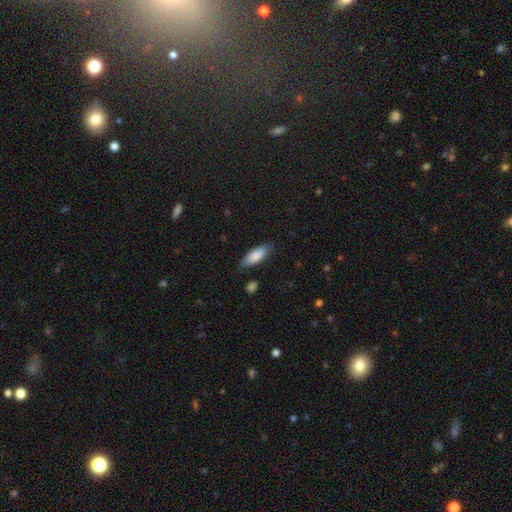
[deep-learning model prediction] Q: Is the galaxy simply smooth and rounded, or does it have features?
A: smooth — 83%.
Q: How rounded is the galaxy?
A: in between — 71%.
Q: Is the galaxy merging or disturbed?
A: none — 79%.